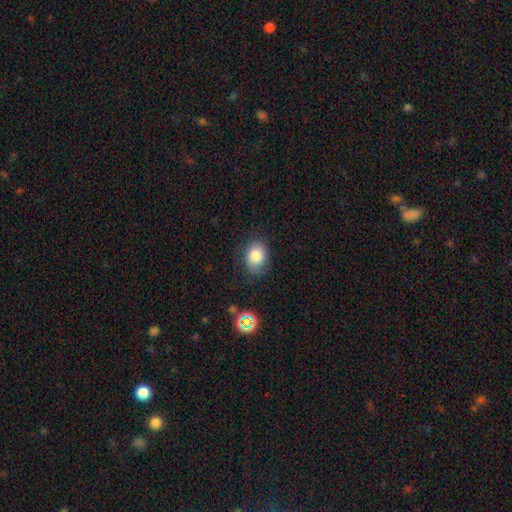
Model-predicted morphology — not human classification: smooth-or-featured: smooth: 82% | star or artifact: 10% | featured or disk: 8%
  how-rounded: in between: 58% | round: 41% | cigar-shaped: 1%
  merging: none: 75% | minor disturbance: 18% | major disturbance: 5% | merger: 2%